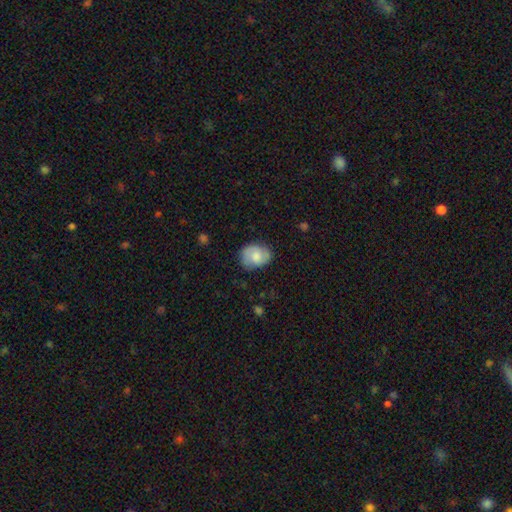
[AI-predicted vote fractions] Smooth or featured?
  - smooth: 65% *
  - featured or disk: 28%
  - star or artifact: 7%
How rounded?
  - in between: 59% *
  - round: 40%
  - cigar-shaped: 1%
Merging?
  - none: 72% *
  - minor disturbance: 21%
  - major disturbance: 5%
  - merger: 1%